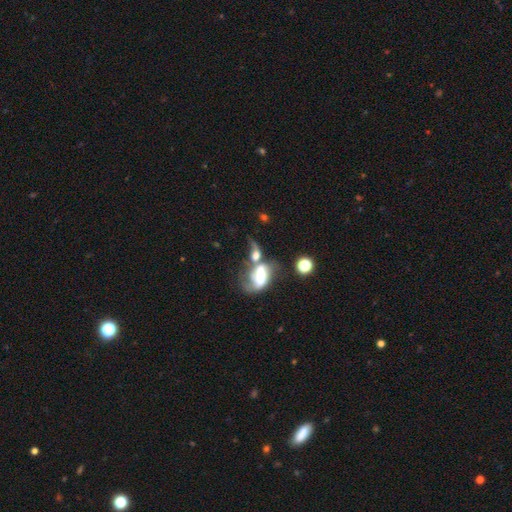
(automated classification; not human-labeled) This is possibly a featured or disk galaxy (55%). It is clearly not viewed edge-on (92%). Bar: possibly no (51%). Spiral arm pattern: possibly yes (59%). Central bulge: marginally moderate (42%). Merging: possibly merger (59%).